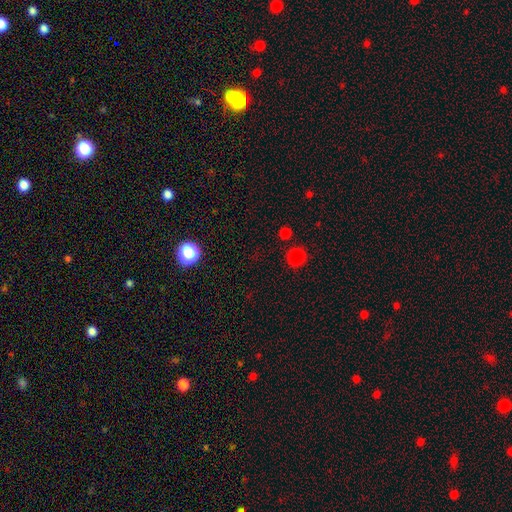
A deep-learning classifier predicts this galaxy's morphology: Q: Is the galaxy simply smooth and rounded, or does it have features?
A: smooth — 52%.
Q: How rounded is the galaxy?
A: round — 89%.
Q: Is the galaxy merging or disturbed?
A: none — 85%.